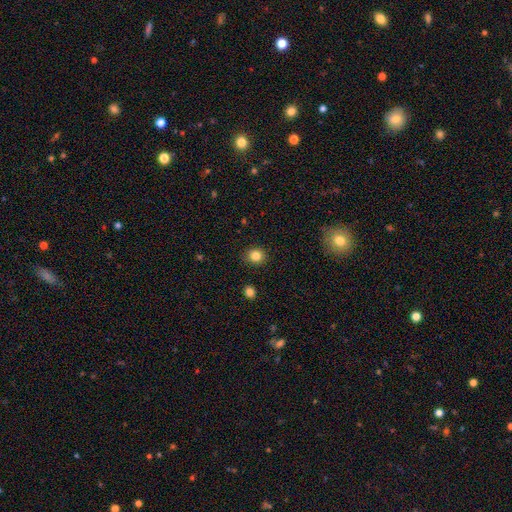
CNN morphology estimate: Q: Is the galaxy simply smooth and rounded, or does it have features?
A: smooth — 84%.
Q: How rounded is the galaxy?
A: round — 80%.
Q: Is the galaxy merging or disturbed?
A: none — 90%.